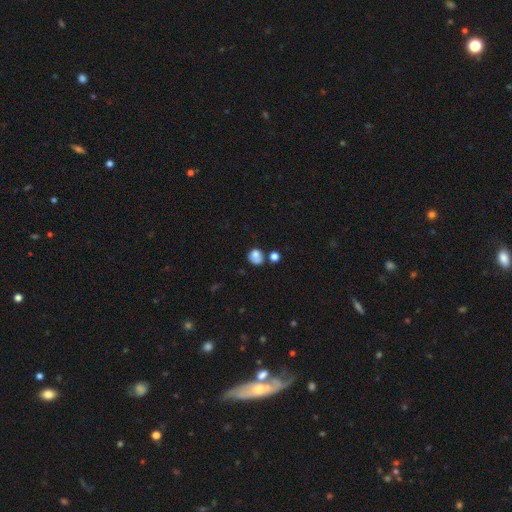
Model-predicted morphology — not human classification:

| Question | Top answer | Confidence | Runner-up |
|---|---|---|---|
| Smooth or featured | smooth | 73% | featured or disk (16%) |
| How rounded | round | 76% | in between (23%) |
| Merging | none | 48% | merger (23%) |